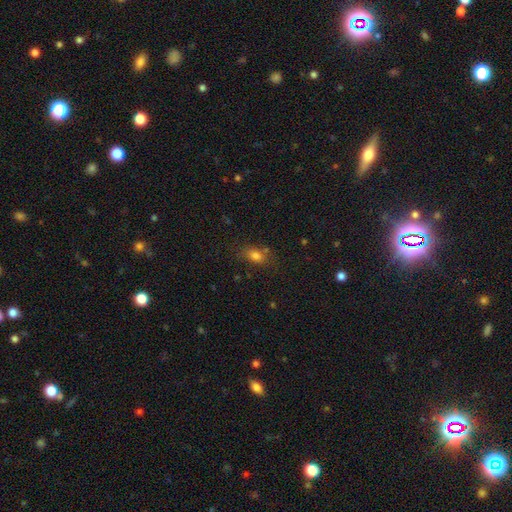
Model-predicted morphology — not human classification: type=smooth (77%); roundness=in between (75%); merging=none (70%).